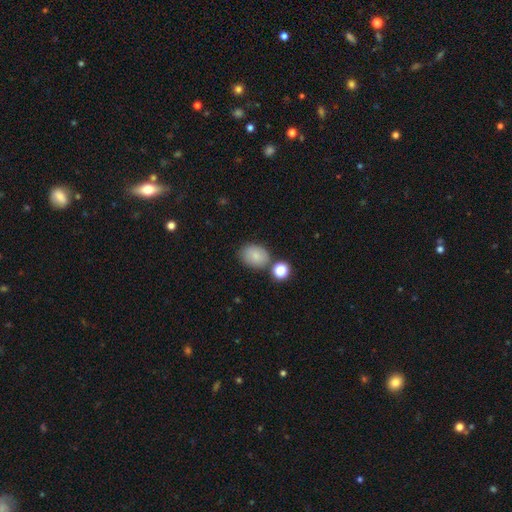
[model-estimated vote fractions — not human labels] smooth-or-featured: smooth: 82% | star or artifact: 10% | featured or disk: 8%
  how-rounded: in between: 68% | round: 31% | cigar-shaped: 1%
  merging: none: 69% | minor disturbance: 15% | merger: 11% | major disturbance: 4%